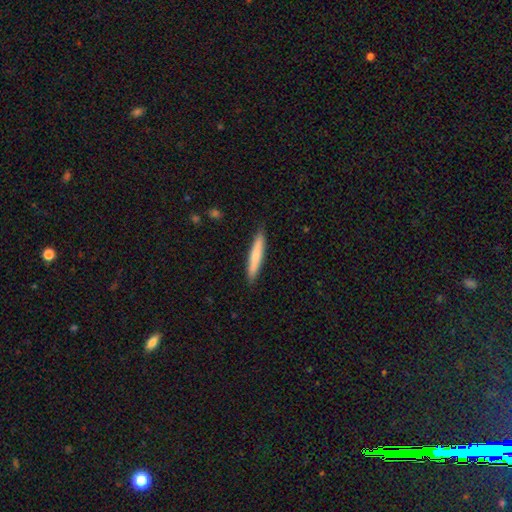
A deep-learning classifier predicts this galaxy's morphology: This is likely a smooth galaxy (71%). How rounded: clearly cigar-shaped (92%). Merging: clearly none (89%).